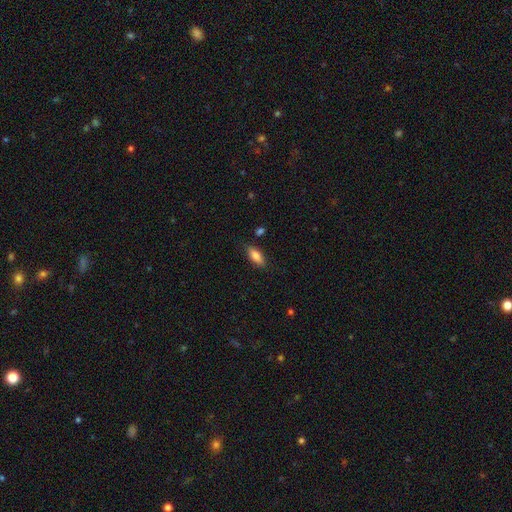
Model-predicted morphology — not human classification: The model was most divided on "how rounded": in between: 80%, cigar-shaped: 18%, round: 2%. More confident: smooth or featured — smooth (83%); merging — none (83%).